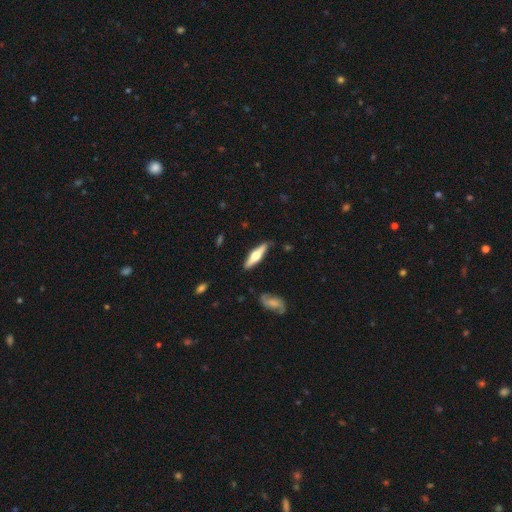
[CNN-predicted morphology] The model was most divided on "smooth or featured": featured or disk: 61%, smooth: 34%, star or artifact: 5%. More confident: edge-on disk — yes (94%); edge-on bulge — rounded (93%); merging — none (86%).